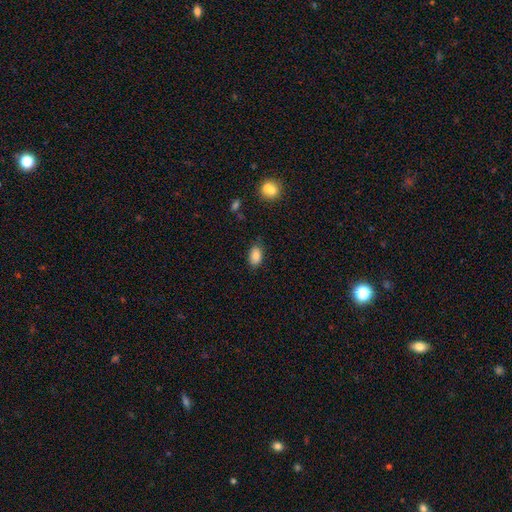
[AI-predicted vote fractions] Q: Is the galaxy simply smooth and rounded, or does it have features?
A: smooth — 87%.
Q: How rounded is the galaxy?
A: in between — 91%.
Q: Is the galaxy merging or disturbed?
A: none — 78%.